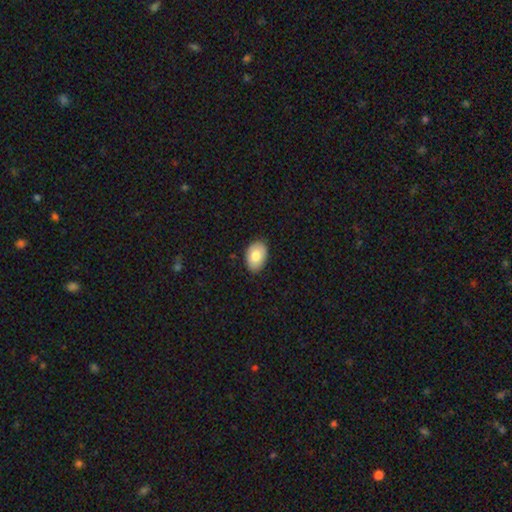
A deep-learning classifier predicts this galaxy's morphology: Q: Smooth or featured?
A: smooth (79%); runner-up: featured or disk (14%)
Q: How rounded?
A: in between (86%); runner-up: round (13%)
Q: Merging?
A: none (86%); runner-up: minor disturbance (11%)